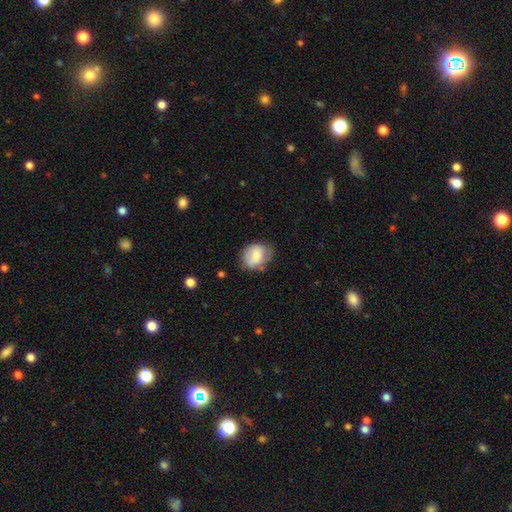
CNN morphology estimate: Smooth or featured? smooth (72%)
How rounded? in between (57%)
Merging? none (57%)